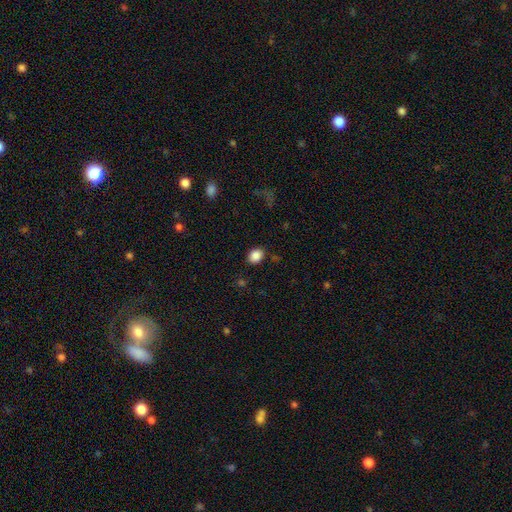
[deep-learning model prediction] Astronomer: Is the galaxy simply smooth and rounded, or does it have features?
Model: smooth — 87%.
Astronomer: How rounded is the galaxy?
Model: in between — 57% (runner-up: round, 42%).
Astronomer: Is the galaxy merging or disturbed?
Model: none — 85%.